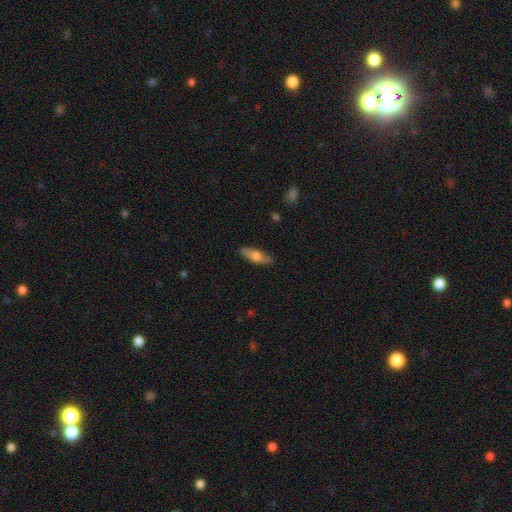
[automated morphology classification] Q: Smooth or featured?
A: smooth (65%); runner-up: featured or disk (29%)
Q: How rounded?
A: in between (57%); runner-up: cigar-shaped (40%)
Q: Merging?
A: none (85%); runner-up: minor disturbance (11%)